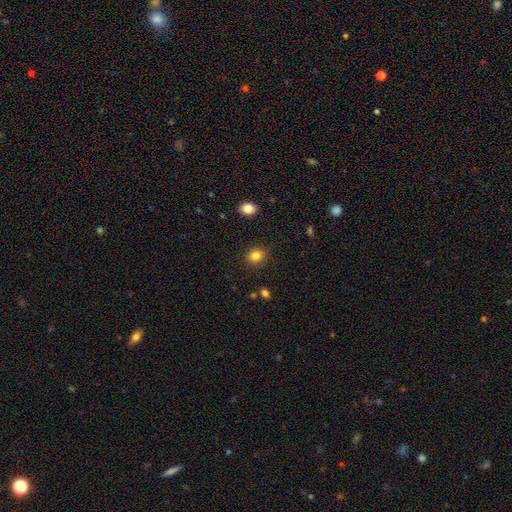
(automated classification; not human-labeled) Smooth or featured? smooth (84%)
How rounded? round (68%)
Merging? none (88%)